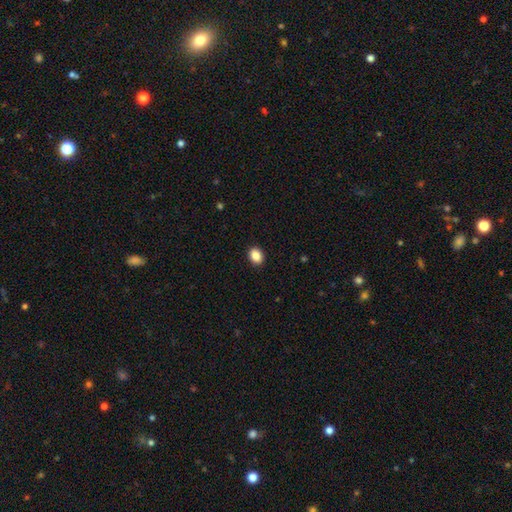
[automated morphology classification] This is clearly a smooth galaxy (88%). How rounded: possibly in between (58%). Merging: clearly none (91%).